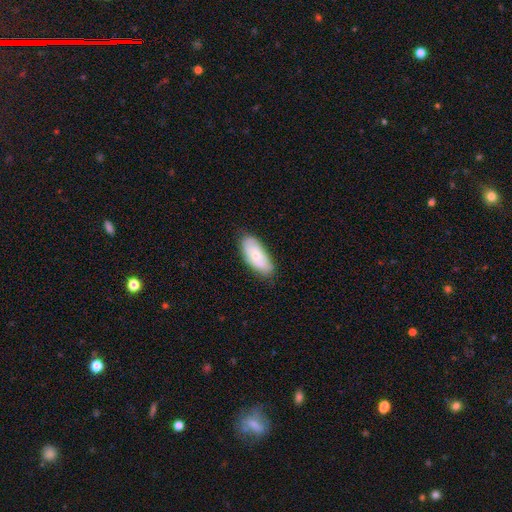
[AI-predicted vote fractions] A smooth galaxy with no disk features (60%) that is in between round and cigar-shaped (89%). Merging: none (74%).